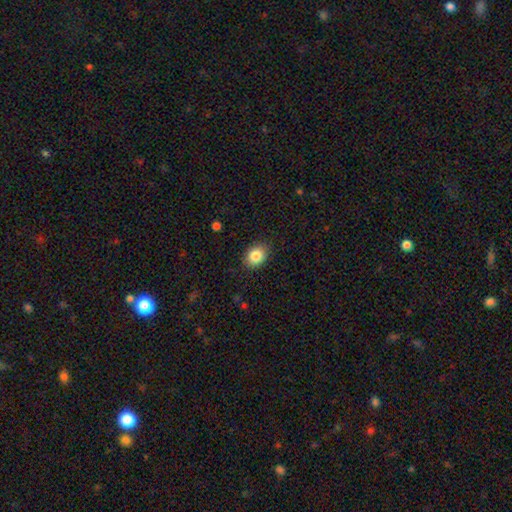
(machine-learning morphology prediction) A smooth galaxy with no disk features (85%) that is in between round and cigar-shaped (58%).

Vote fractions:
- Smooth or featured? smooth: 85% / star or artifact: 8% / featured or disk: 6%
- How rounded? in between: 58% / round: 41% / cigar-shaped: 1%
- Merging? none: 85% / minor disturbance: 11% / major disturbance: 3% / merger: 1%